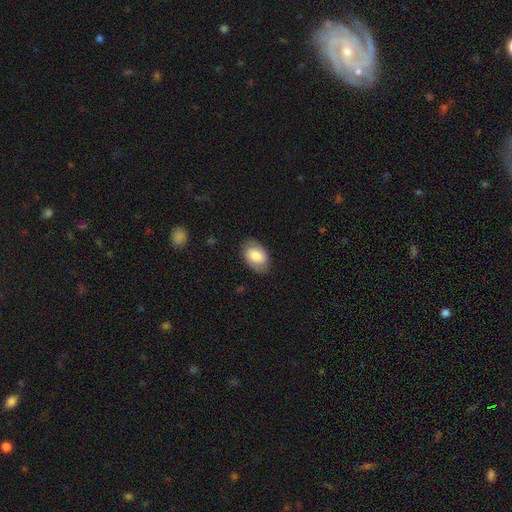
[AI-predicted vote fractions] Smooth or featured? Predicted: smooth (p=0.80). How rounded? Predicted: in between (p=0.89). Merging? Predicted: none (p=0.82).